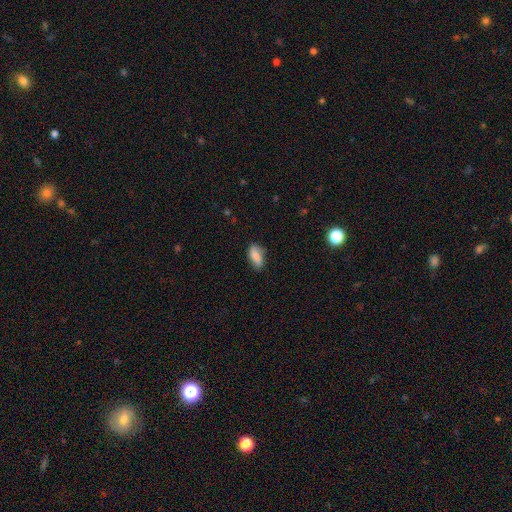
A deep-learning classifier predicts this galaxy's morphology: Smooth or featured?
  - smooth: 83% *
  - featured or disk: 10%
  - star or artifact: 7%
How rounded?
  - in between: 87% *
  - cigar-shaped: 10%
  - round: 3%
Merging?
  - none: 72% *
  - minor disturbance: 22%
  - major disturbance: 4%
  - merger: 2%